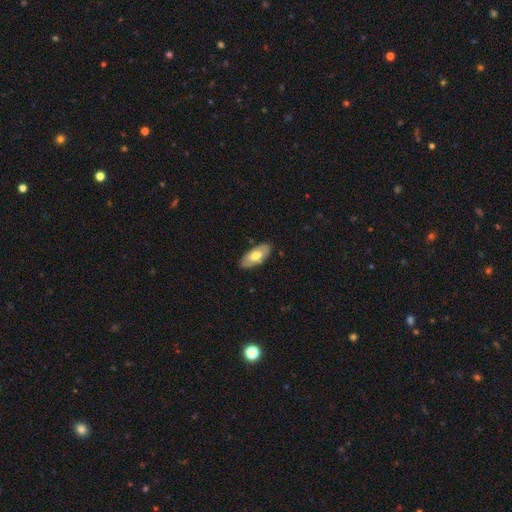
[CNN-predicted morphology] A smooth galaxy with no disk features (59%) that is in between round and cigar-shaped (91%).

Vote fractions:
- Smooth or featured? smooth: 59% / featured or disk: 35% / star or artifact: 6%
- How rounded? in between: 91% / cigar-shaped: 7% / round: 2%
- Merging? none: 84% / minor disturbance: 12% / major disturbance: 2% / merger: 1%